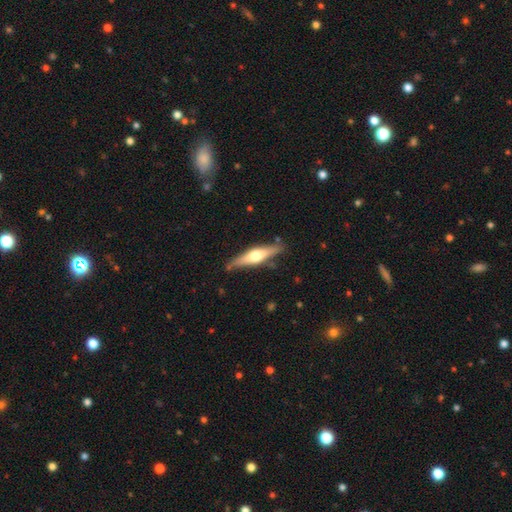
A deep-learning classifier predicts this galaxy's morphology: Smooth or featured? Predicted: featured or disk (p=0.61). Edge-on disk? Predicted: yes (p=0.95). Edge-on bulge? Predicted: rounded (p=0.91). Merging? Predicted: none (p=0.83).